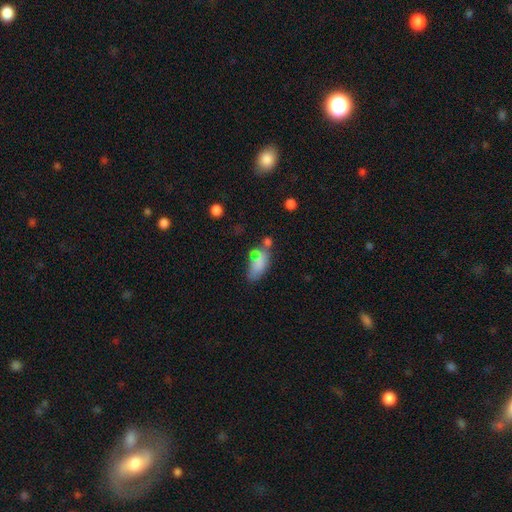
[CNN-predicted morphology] Q: Smooth or featured?
A: smooth (68%); runner-up: featured or disk (21%)
Q: How rounded?
A: in between (88%); runner-up: cigar-shaped (7%)
Q: Merging?
A: merger (29%); tied with: none (29%)